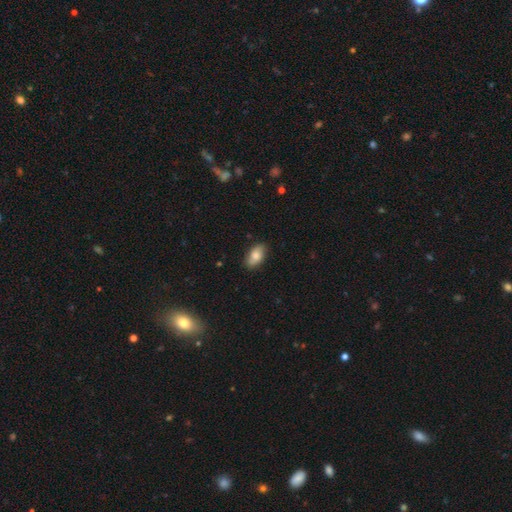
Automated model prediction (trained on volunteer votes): Smooth or featured?
  - smooth: 79% *
  - featured or disk: 15%
  - star or artifact: 7%
How rounded?
  - in between: 92% *
  - round: 4%
  - cigar-shaped: 4%
Merging?
  - none: 82% *
  - minor disturbance: 14%
  - major disturbance: 2%
  - merger: 1%